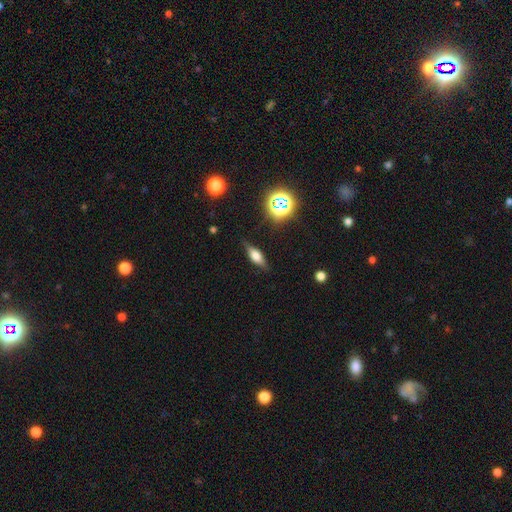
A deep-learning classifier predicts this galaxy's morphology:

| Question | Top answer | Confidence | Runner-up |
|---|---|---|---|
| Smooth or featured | smooth | 46% | featured or disk (41%) |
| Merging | none | 82% | minor disturbance (13%) |